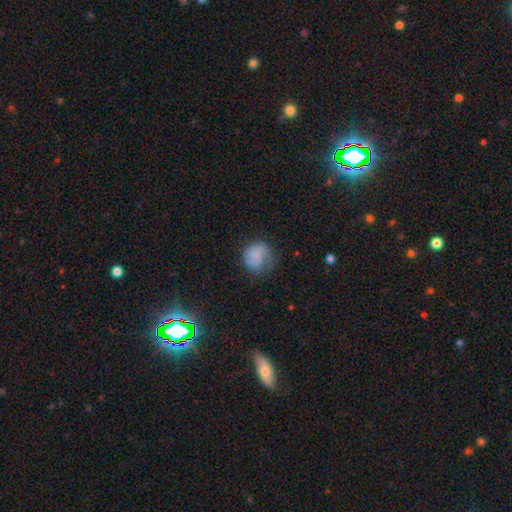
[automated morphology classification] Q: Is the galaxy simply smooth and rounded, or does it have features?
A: smooth — 75%.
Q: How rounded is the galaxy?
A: round — 72%.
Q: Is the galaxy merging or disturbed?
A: none — 46%.